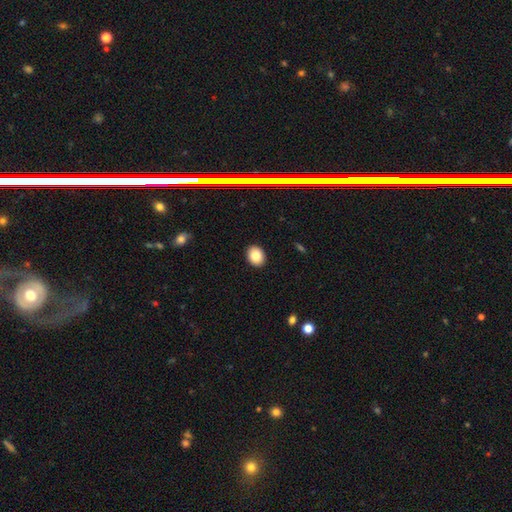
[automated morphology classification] A smooth galaxy with no disk features (83%) that is in between round and cigar-shaped (57%).

Vote fractions:
- Smooth or featured? smooth: 83% / star or artifact: 10% / featured or disk: 7%
- How rounded? in between: 57% / round: 42% / cigar-shaped: 1%
- Merging? none: 91% / minor disturbance: 6% / major disturbance: 2% / merger: 1%